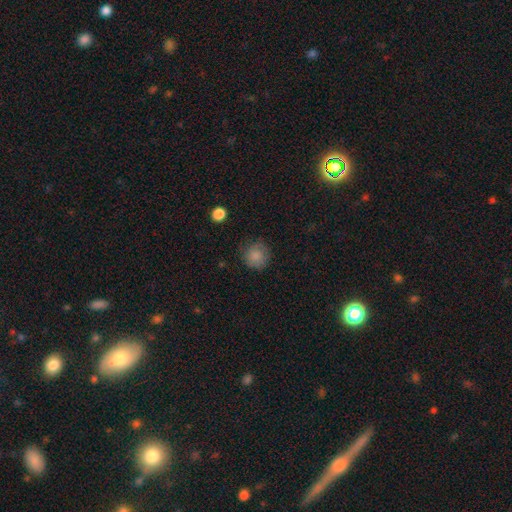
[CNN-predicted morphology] Q: Smooth or featured?
A: smooth (82%); runner-up: star or artifact (9%)
Q: How rounded?
A: round (91%); runner-up: in between (8%)
Q: Merging?
A: none (80%); runner-up: minor disturbance (15%)